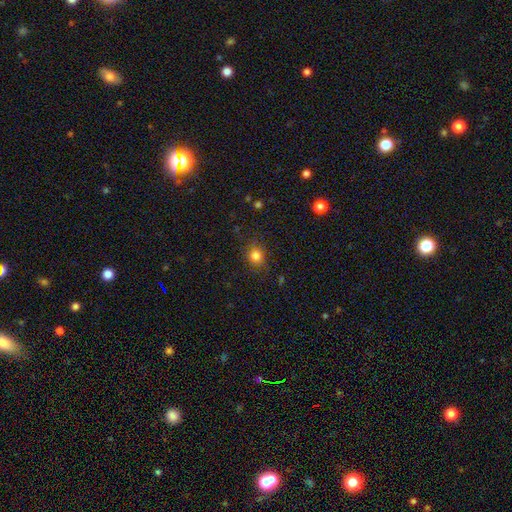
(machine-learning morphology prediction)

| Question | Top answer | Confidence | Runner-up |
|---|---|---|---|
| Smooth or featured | smooth | 80% | star or artifact (14%) |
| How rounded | round | 79% | in between (20%) |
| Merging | none | 84% | minor disturbance (11%) |